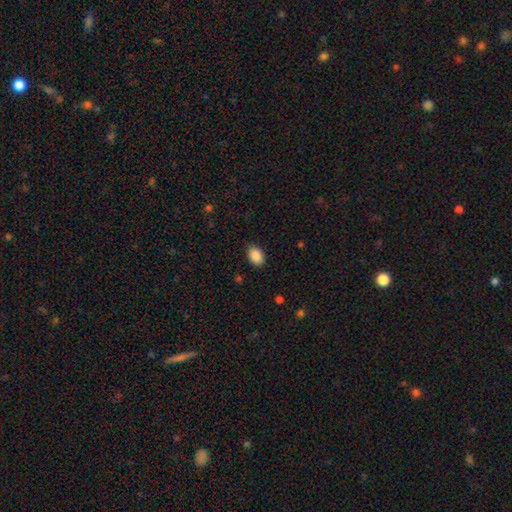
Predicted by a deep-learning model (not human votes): Overall: smooth (89%). How rounded: in between (86%). Merging: none (87%).